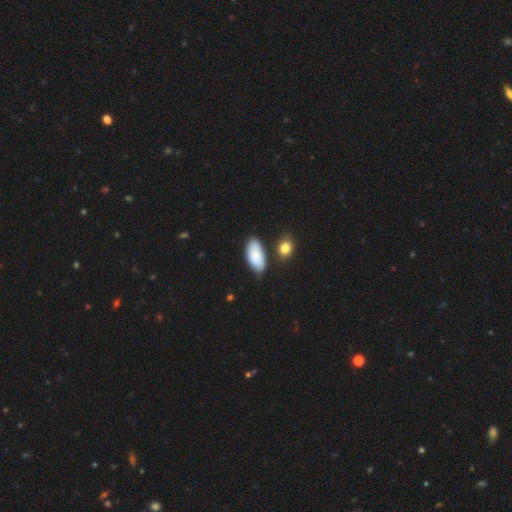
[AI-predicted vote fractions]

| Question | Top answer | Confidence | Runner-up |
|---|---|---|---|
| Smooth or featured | smooth | 84% | featured or disk (10%) |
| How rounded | in between | 93% | cigar-shaped (5%) |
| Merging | none | 69% | minor disturbance (18%) |